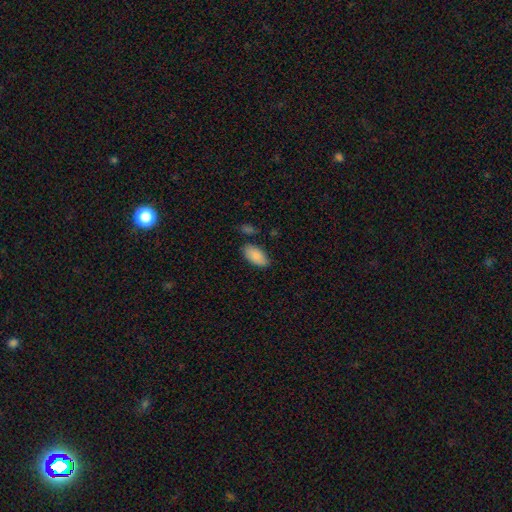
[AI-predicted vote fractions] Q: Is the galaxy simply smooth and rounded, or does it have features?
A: smooth — 88%.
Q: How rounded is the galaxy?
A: in between — 93%.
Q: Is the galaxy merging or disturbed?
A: none — 77%.